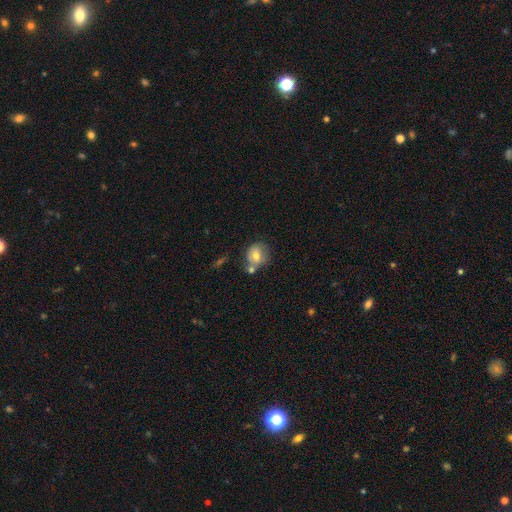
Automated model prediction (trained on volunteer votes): Smooth or featured? Predicted: smooth (p=0.71). How rounded? Predicted: round (p=0.69). Merging? Predicted: none (p=0.52).